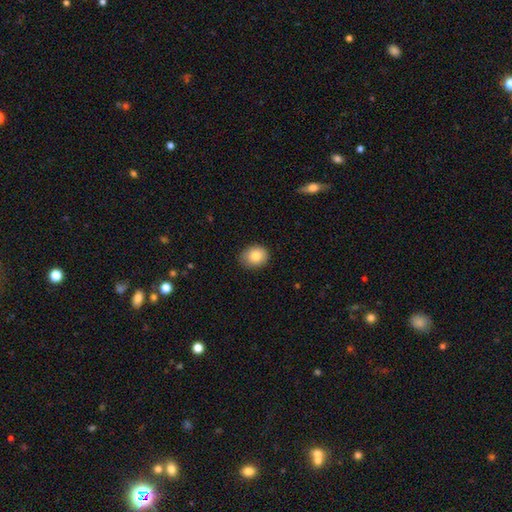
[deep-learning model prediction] This appears to be a smooth galaxy with no disk features (83%) that is round (55%). Merging: none (80%).